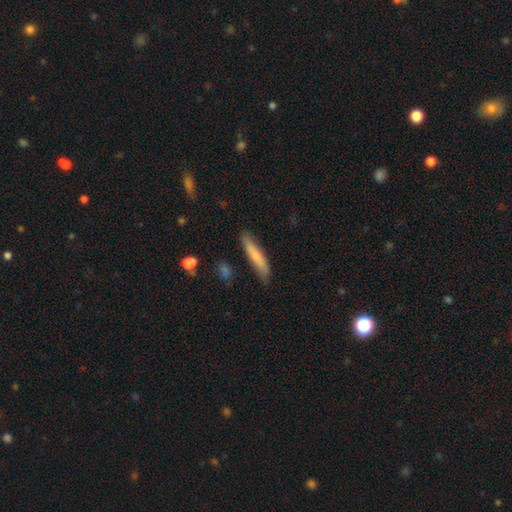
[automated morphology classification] Smooth or featured? Predicted: smooth (p=0.70). How rounded? Predicted: cigar-shaped (p=0.90). Merging? Predicted: none (p=0.79).